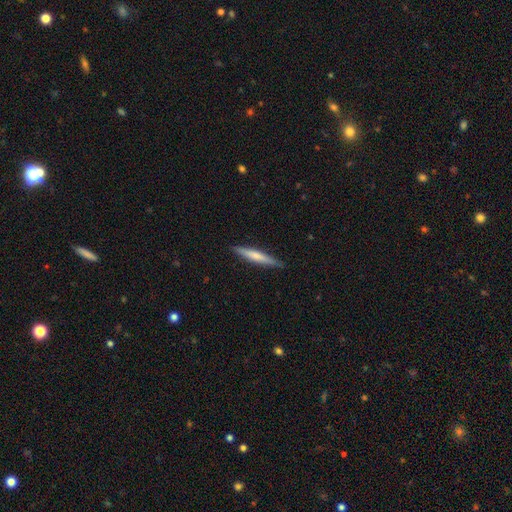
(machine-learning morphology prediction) This is possibly a smooth galaxy (58%). How rounded: clearly cigar-shaped (94%). Merging: clearly none (89%).